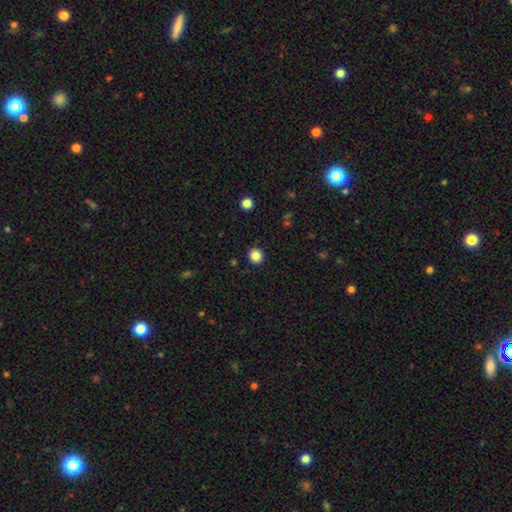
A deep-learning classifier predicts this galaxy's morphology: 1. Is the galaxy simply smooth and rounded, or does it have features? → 86% smooth, 11% star or artifact, 3% featured or disk.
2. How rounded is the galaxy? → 90% round, 9% in between, 1% cigar-shaped.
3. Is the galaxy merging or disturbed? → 92% none, 5% minor disturbance, 2% major disturbance, 1% merger.